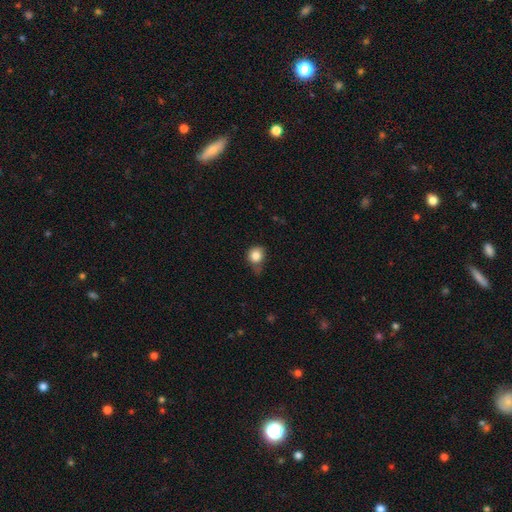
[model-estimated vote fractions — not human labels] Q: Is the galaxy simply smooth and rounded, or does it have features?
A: smooth — 84%.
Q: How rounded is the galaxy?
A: round — 82%.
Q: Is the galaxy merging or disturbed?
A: none — 50%.